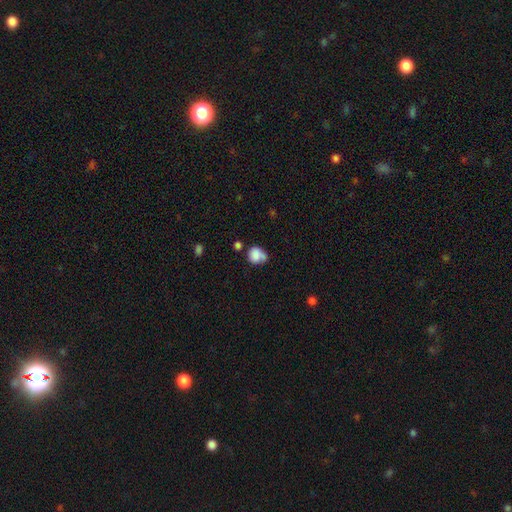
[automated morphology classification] The model was most divided on "merging": none: 40%, minor disturbance: 29%, merger: 18%, major disturbance: 13%. More confident: smooth or featured — smooth (78%); how rounded — round (63%).